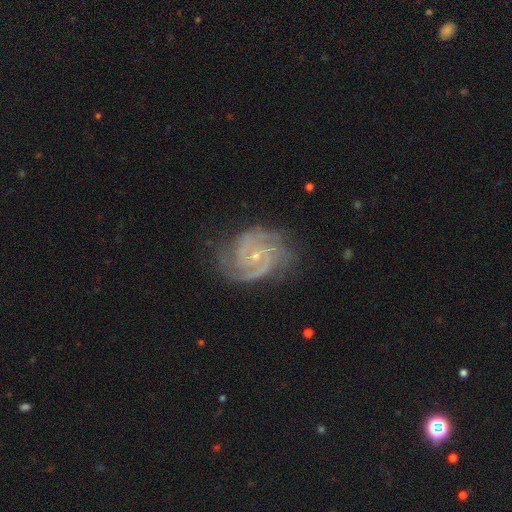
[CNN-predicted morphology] This is clearly a featured or disk galaxy (91%). It is clearly not viewed edge-on (98%). Bar: likely no (65%). Spiral arm pattern: clearly yes (98%). Spiral arm count: marginally 2 (39%). Spiral winding: possibly tight (57%). Central bulge: likely small (77%). Merging: likely none (73%).